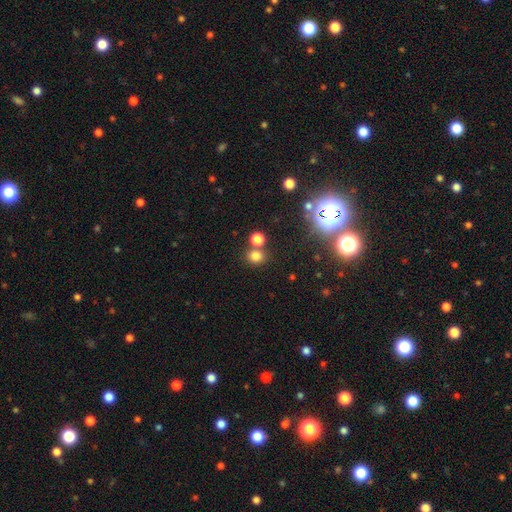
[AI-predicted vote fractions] Smooth or featured? smooth (74%)
How rounded? round (76%)
Merging? none (67%)